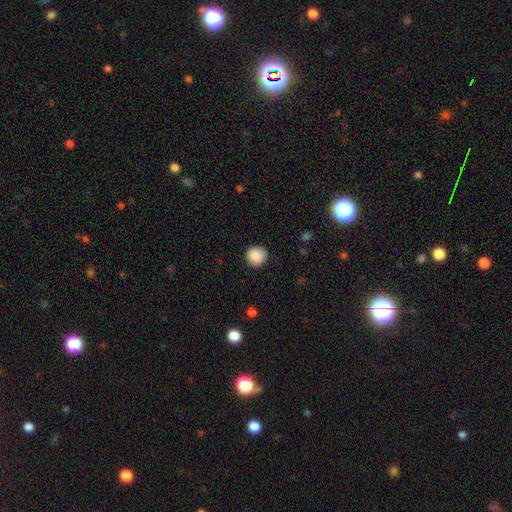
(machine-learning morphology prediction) Smooth or featured: smooth — 87% (star or artifact — 8%)
How rounded: round — 91% (in between — 8%)
Merging: none — 86% (minor disturbance — 10%)